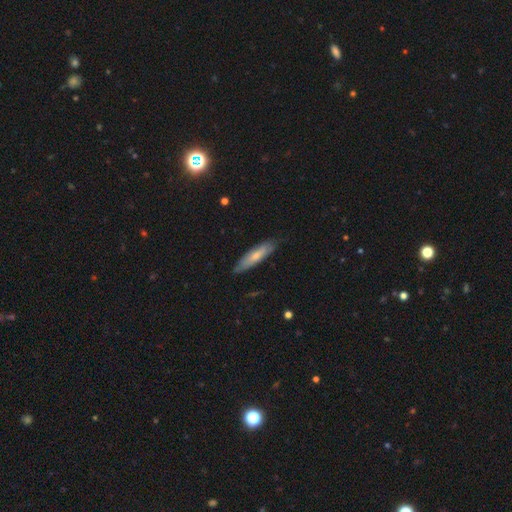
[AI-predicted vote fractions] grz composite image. It shows a smooth galaxy with no disk features (65%) that is cigar-shaped (73%). Merging: none (80%).